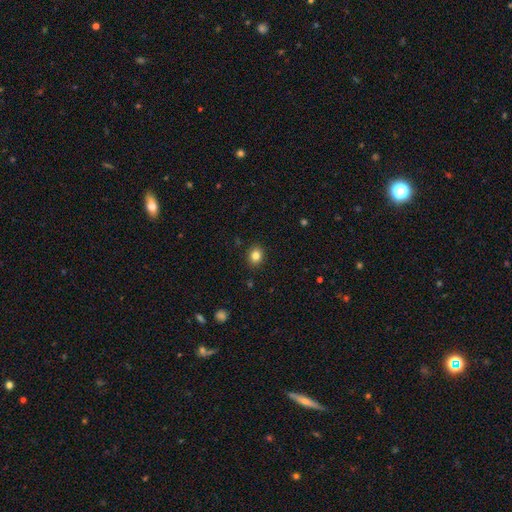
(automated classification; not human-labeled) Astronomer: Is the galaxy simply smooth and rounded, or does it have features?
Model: smooth — 83%.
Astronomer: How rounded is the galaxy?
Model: round — 62%.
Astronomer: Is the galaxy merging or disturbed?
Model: none — 89%.